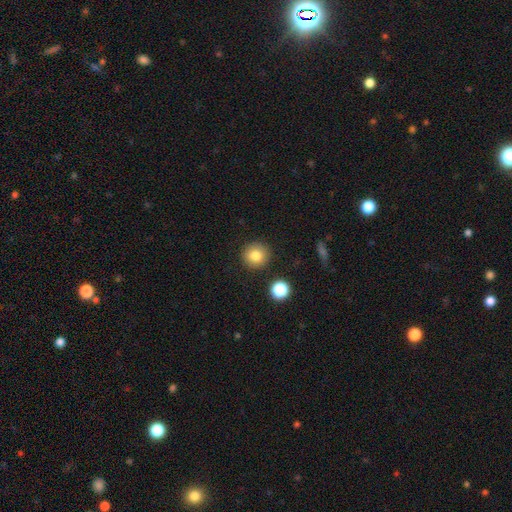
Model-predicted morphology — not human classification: Smooth or featured?
  - smooth: 80% *
  - star or artifact: 11%
  - featured or disk: 8%
How rounded?
  - round: 94% *
  - in between: 5%
  - cigar-shaped: 1%
Merging?
  - none: 90% *
  - minor disturbance: 6%
  - merger: 2%
  - major disturbance: 2%